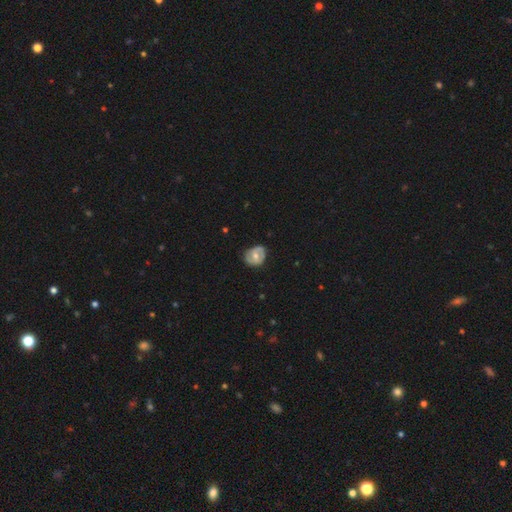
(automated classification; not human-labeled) The model was most divided on "smooth or featured": smooth: 47%, featured or disk: 46%, star or artifact: 7%. More confident: merging — none (69%).